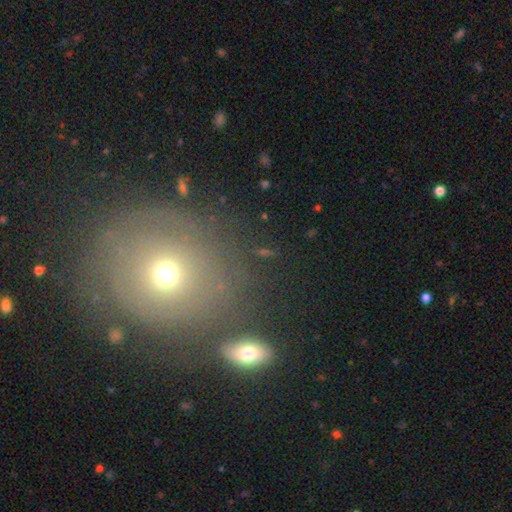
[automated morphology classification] Overall: smooth (49%; featured or disk 27%). Merging: none (73%).